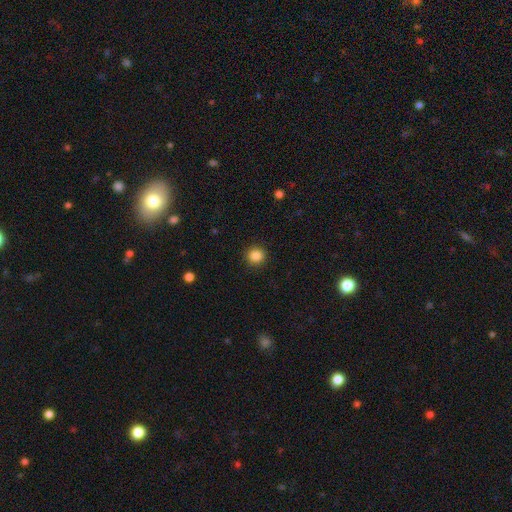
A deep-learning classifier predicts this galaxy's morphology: smooth-or-featured: smooth: 86% | star or artifact: 10% | featured or disk: 3%
  how-rounded: round: 90% | in between: 9% | cigar-shaped: 1%
  merging: none: 91% | minor disturbance: 6% | major disturbance: 2% | merger: 1%